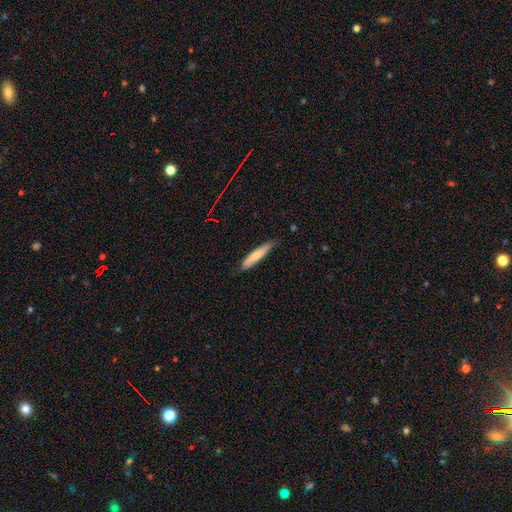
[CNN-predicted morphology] A smooth galaxy with no disk features (68%) that is cigar-shaped (86%). Merging: none (78%).